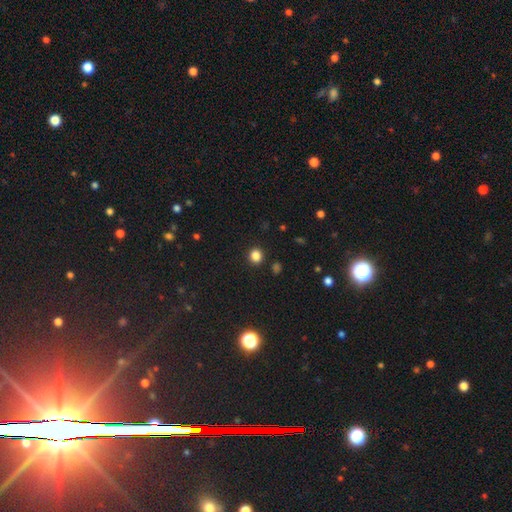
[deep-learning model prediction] Q: Smooth or featured?
A: smooth (83%); runner-up: star or artifact (13%)
Q: How rounded?
A: round (84%); runner-up: in between (15%)
Q: Merging?
A: none (90%); runner-up: minor disturbance (6%)